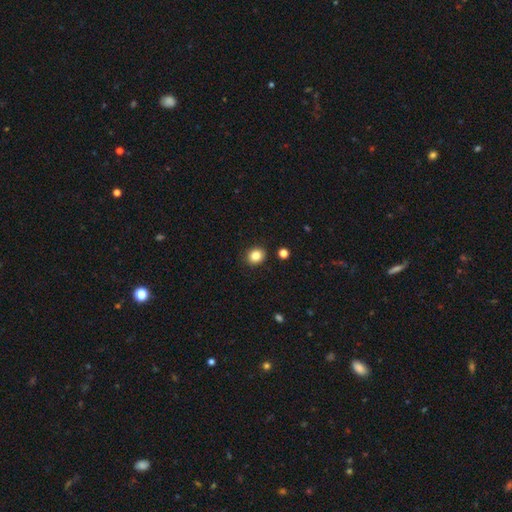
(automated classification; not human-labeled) smooth_or_featured: smooth (p=0.85) [alt: star or artifact p=0.10]
how_rounded: round (p=0.66) [alt: in between p=0.33]
merging: none (p=0.89) [alt: minor disturbance p=0.07]